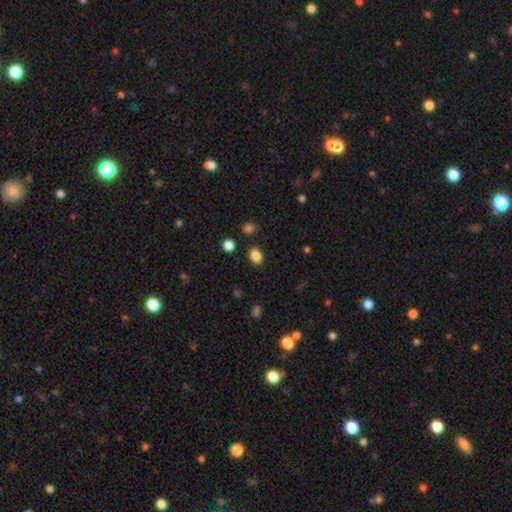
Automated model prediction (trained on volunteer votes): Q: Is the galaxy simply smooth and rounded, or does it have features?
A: smooth — 86%.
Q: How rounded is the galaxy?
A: in between — 75%.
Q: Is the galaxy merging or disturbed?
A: none — 85%.